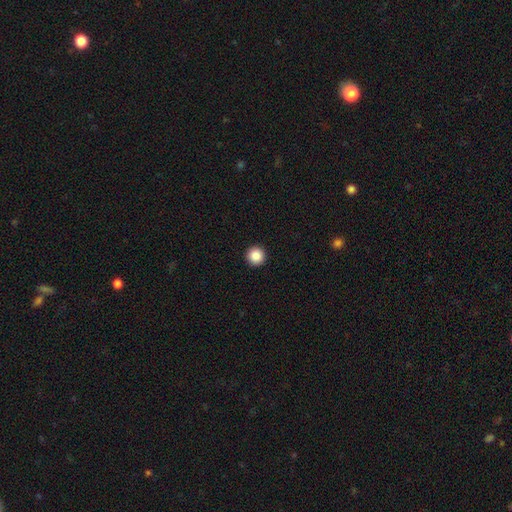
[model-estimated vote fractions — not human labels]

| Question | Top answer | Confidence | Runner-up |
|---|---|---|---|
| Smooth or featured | smooth | 87% | star or artifact (10%) |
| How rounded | round | 97% | in between (2%) |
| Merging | none | 94% | minor disturbance (4%) |